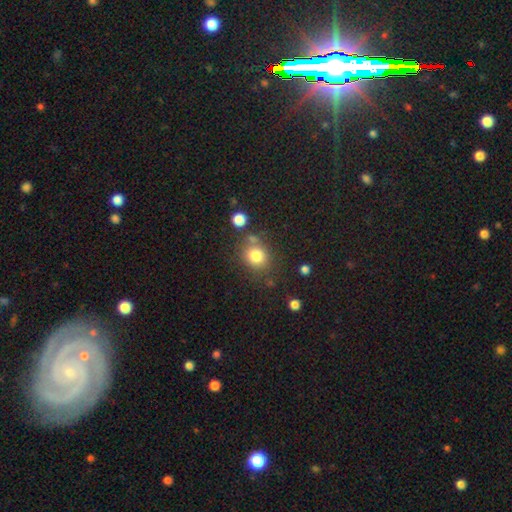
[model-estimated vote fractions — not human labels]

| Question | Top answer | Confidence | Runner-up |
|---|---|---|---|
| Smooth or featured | smooth | 80% | star or artifact (12%) |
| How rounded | round | 78% | in between (21%) |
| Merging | none | 71% | minor disturbance (13%) |